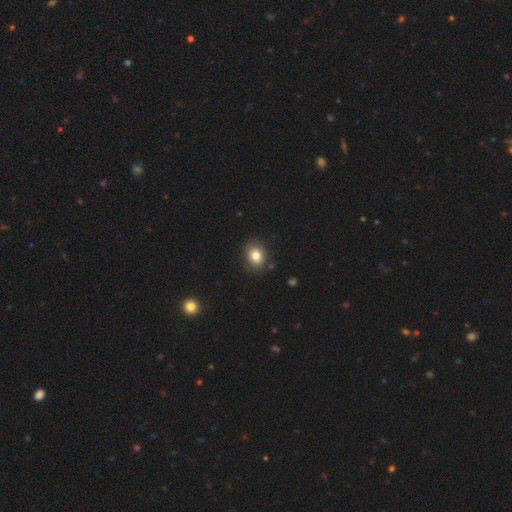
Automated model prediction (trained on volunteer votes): This is clearly a smooth galaxy (82%). How rounded: possibly round (54%). Merging: clearly none (86%).